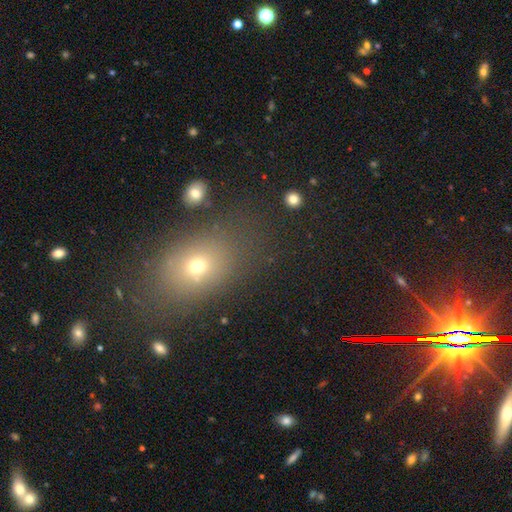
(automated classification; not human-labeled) Smooth or featured? smooth (49%)
Merging? none (84%)